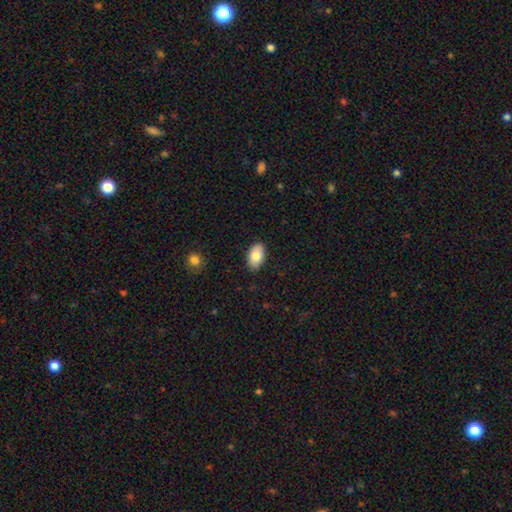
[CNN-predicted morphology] This appears to be a smooth galaxy with no disk features (81%) that is in between round and cigar-shaped (93%). Merging: none (87%).